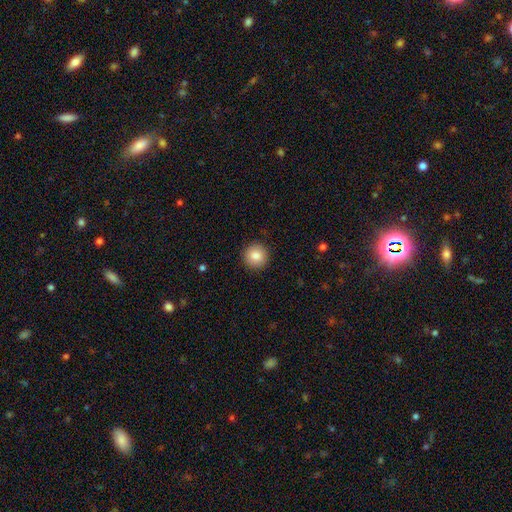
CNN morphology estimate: smooth_or_featured: smooth (p=0.84) [alt: star or artifact p=0.09]
how_rounded: round (p=0.95) [alt: in between p=0.04]
merging: none (p=0.92) [alt: minor disturbance p=0.06]